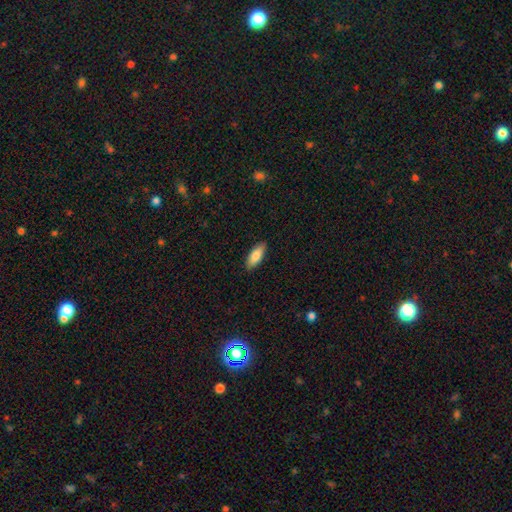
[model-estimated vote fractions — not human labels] Smooth or featured? Predicted: smooth (p=0.81). How rounded? Predicted: in between (p=0.72). Merging? Predicted: none (p=0.89).